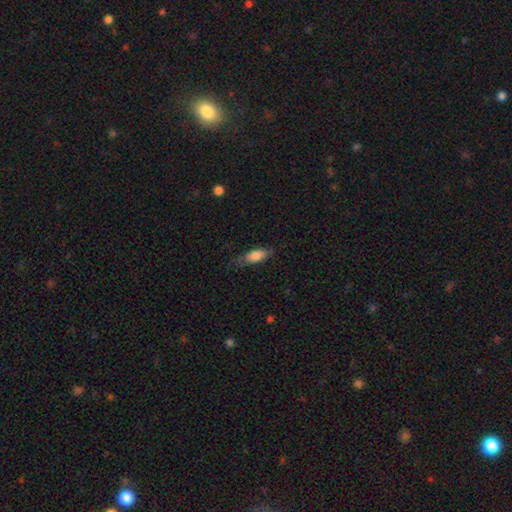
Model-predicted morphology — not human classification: smooth 78%, featured or disk 15%, star or artifact 7%. Down the decision tree: how rounded — in between (73%); merging — none (69%).